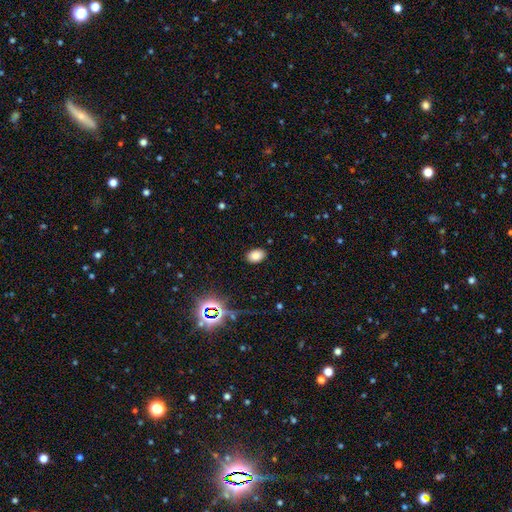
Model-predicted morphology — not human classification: This appears to be a smooth galaxy with no disk features (81%) that is in between round and cigar-shaped (84%). Merging: none (88%).